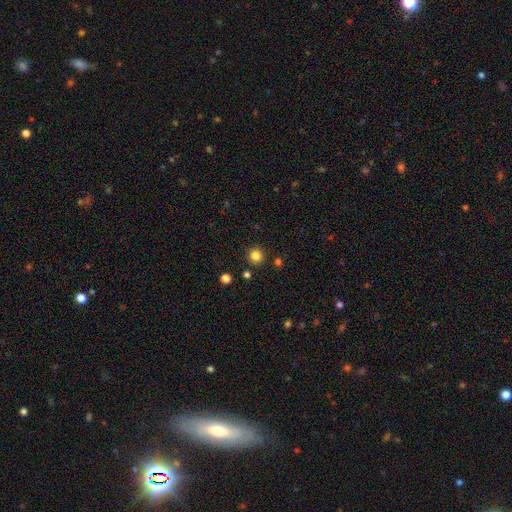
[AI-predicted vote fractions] This is clearly a smooth galaxy (83%). How rounded: clearly round (94%). Merging: clearly none (89%).